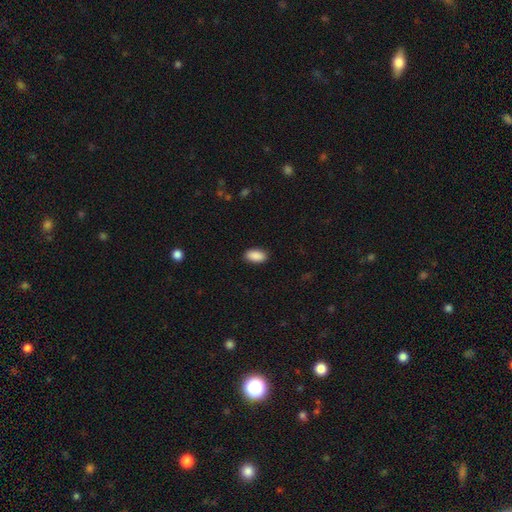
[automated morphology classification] The model was most divided on "merging": none: 89%, minor disturbance: 8%, major disturbance: 2%, merger: 1%. More confident: how rounded — in between (94%); smooth or featured — smooth (90%).